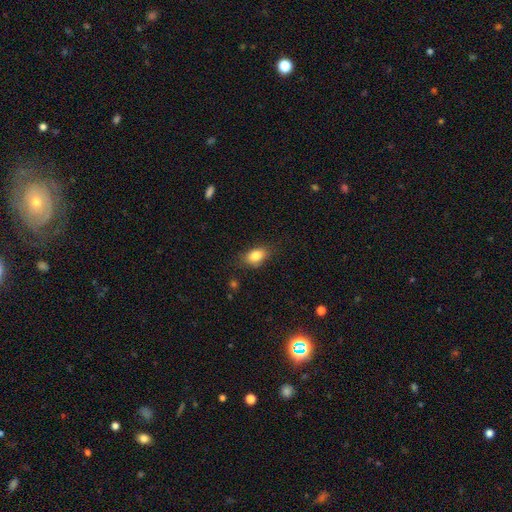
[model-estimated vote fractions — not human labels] A smooth galaxy with no disk features (83%) that is in between round and cigar-shaped (83%).

Vote fractions:
- Smooth or featured? smooth: 83% / star or artifact: 9% / featured or disk: 8%
- How rounded? in between: 83% / round: 15% / cigar-shaped: 3%
- Merging? none: 77% / minor disturbance: 17% / major disturbance: 4% / merger: 1%